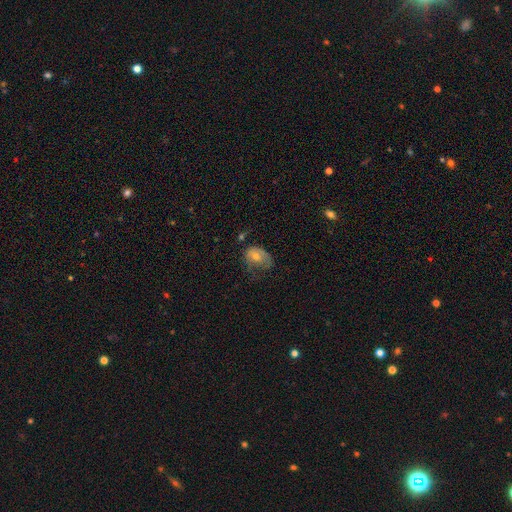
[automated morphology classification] Q: Smooth or featured?
A: smooth (45%); runner-up: featured or disk (43%)
Q: Merging?
A: major disturbance (34%); tied with: none (34%)